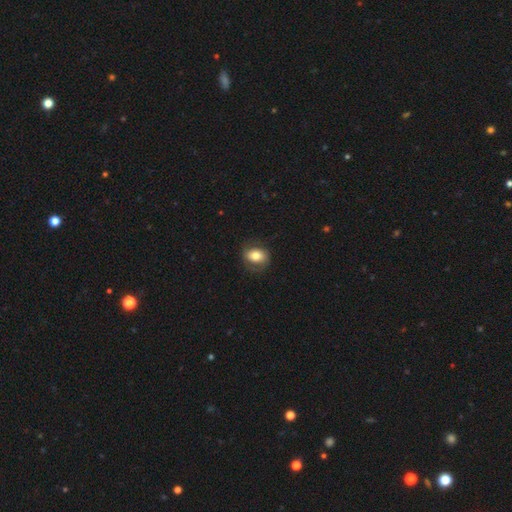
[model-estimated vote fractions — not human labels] Q: Smooth or featured?
A: smooth (67%); runner-up: featured or disk (25%)
Q: How rounded?
A: in between (62%); runner-up: round (37%)
Q: Merging?
A: none (71%); runner-up: minor disturbance (19%)